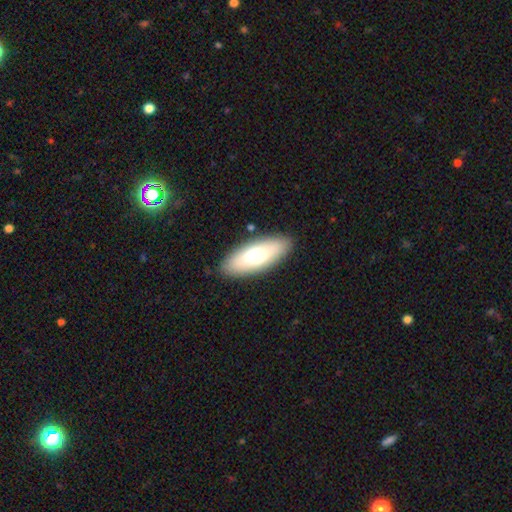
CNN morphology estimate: Smooth or featured: smooth — 71% (featured or disk — 23%)
How rounded: in between — 74% (cigar-shaped — 23%)
Merging: none — 89% (minor disturbance — 8%)